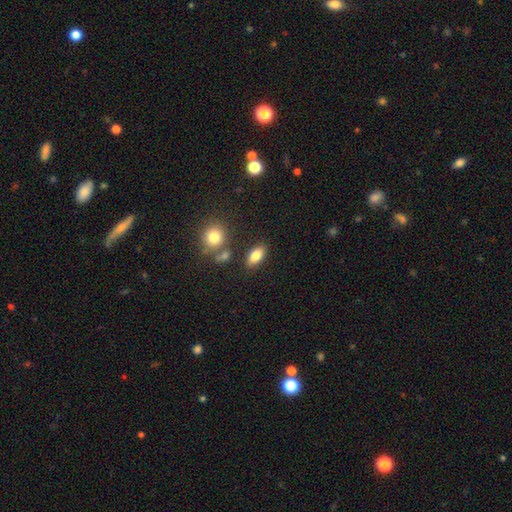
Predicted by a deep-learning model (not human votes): Overall: smooth (82%). How rounded: in between (87%). Merging: none (80%).